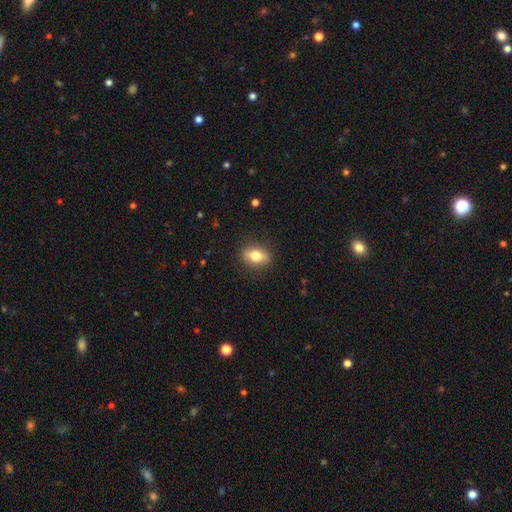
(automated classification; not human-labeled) Overall: smooth (67%). How rounded: in between (74%). Merging: none (86%).